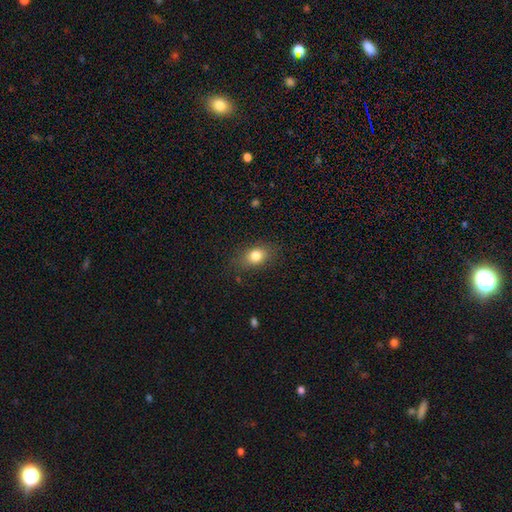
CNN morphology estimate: type=smooth (81%); roundness=in between (71%); merging=none (81%).